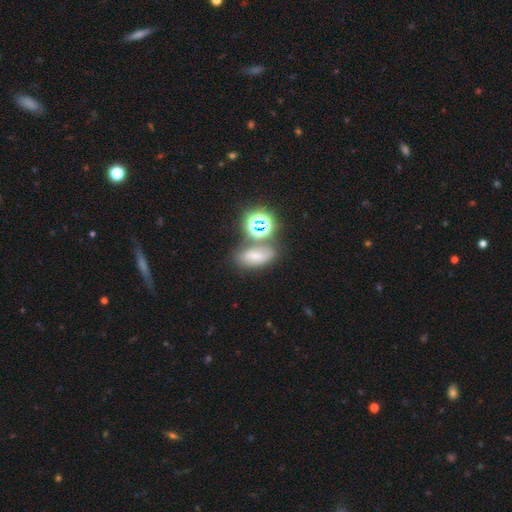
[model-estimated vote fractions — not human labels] Morphology: type=smooth (50%); roundness=in between (71%); merging=none (61%).